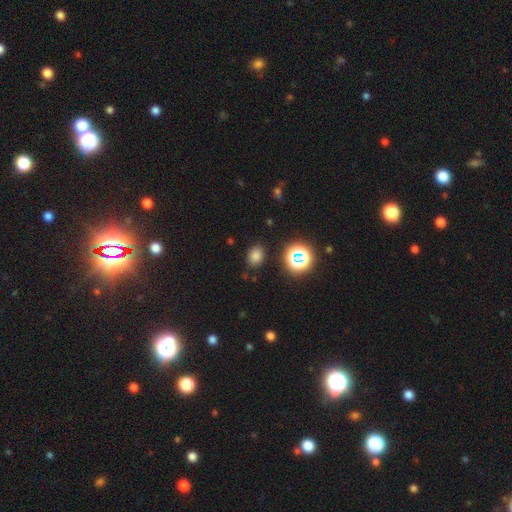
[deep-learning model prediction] Morphology: type=smooth (75%); roundness=in between (59%); merging=none (85%).